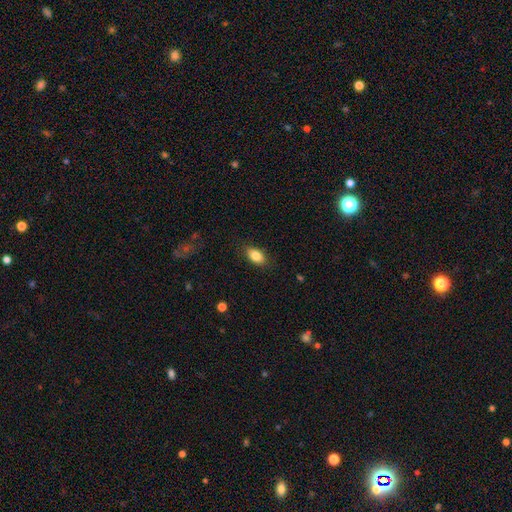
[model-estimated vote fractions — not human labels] smooth_or_featured: smooth (p=0.84) [alt: featured or disk p=0.08]
how_rounded: in between (p=0.90) [alt: round p=0.08]
merging: none (p=0.86) [alt: minor disturbance p=0.11]